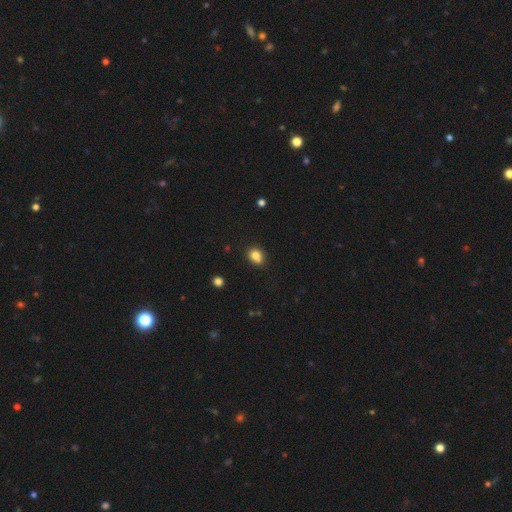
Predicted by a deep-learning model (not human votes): Smooth or featured?
  - smooth: 81% *
  - star or artifact: 11%
  - featured or disk: 8%
How rounded?
  - round: 51% *
  - in between: 48%
  - cigar-shaped: 1%
Merging?
  - none: 62% *
  - minor disturbance: 19%
  - merger: 14%
  - major disturbance: 5%